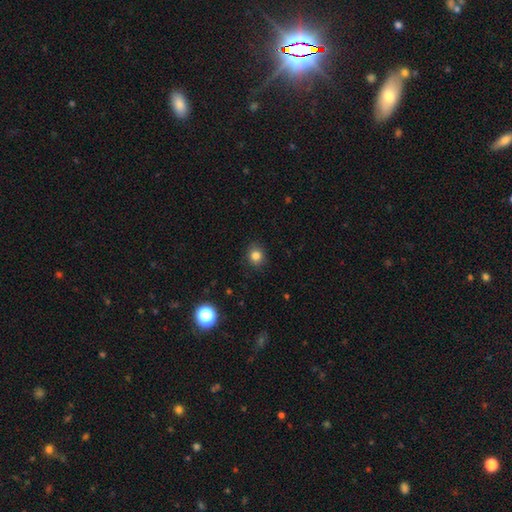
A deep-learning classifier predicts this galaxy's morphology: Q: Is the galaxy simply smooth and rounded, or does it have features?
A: smooth — 82%.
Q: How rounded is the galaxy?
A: round — 80%.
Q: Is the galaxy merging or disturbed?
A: none — 88%.